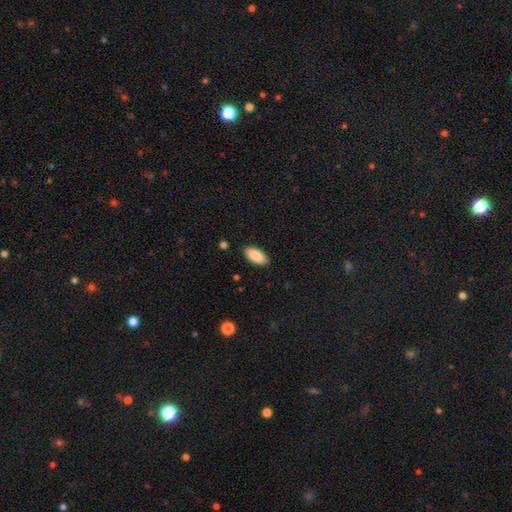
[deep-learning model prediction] Overall: smooth (89%). How rounded: in between (89%). Merging: none (87%).